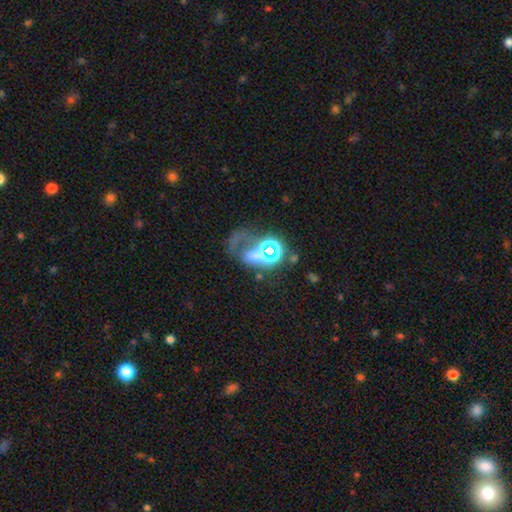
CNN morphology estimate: Smooth or featured? star or artifact (39%)